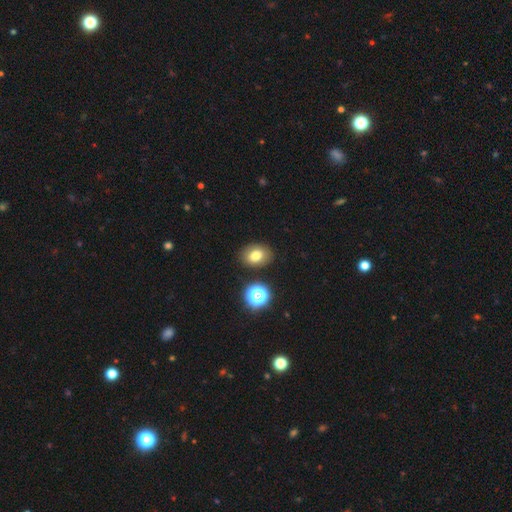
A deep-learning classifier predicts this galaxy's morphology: Overall: smooth (78%). How rounded: in between (65%; round 34%). Merging: none (85%).